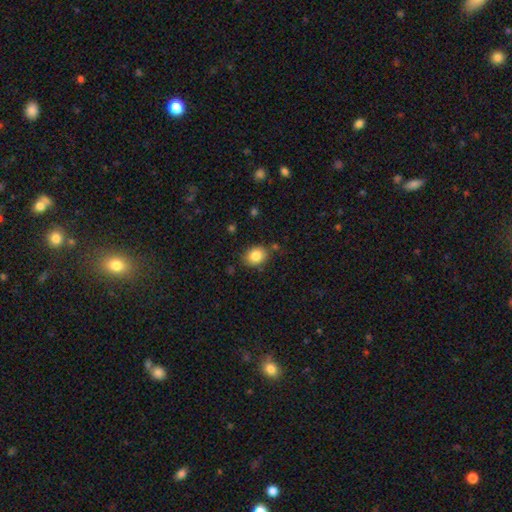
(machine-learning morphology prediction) Smooth or featured?
  - smooth: 84% *
  - star or artifact: 9%
  - featured or disk: 7%
How rounded?
  - round: 50% *
  - in between: 49%
  - cigar-shaped: 1%
Merging?
  - none: 81% *
  - minor disturbance: 13%
  - merger: 3%
  - major disturbance: 3%